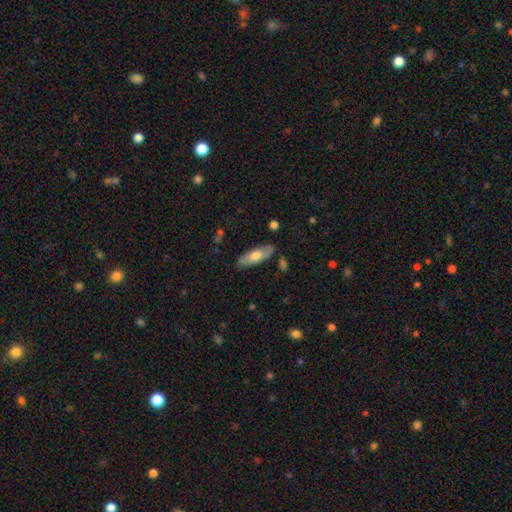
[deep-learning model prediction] smooth 61%, featured or disk 33%, star or artifact 5%. Down the decision tree: how rounded — in between (65%); merging — none (83%).